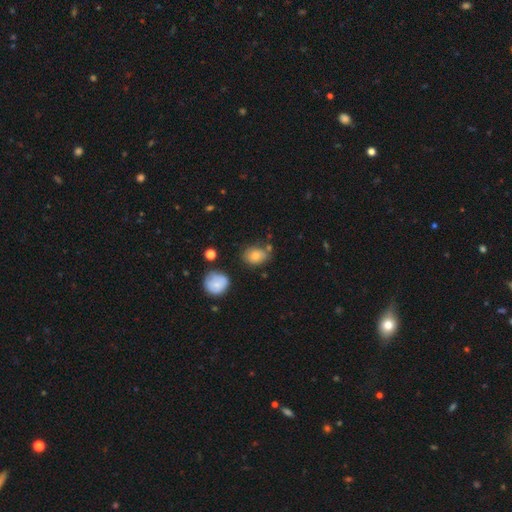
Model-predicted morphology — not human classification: A smooth galaxy with no disk features (75%) that is in between round and cigar-shaped (58%). Merging: none (64%).